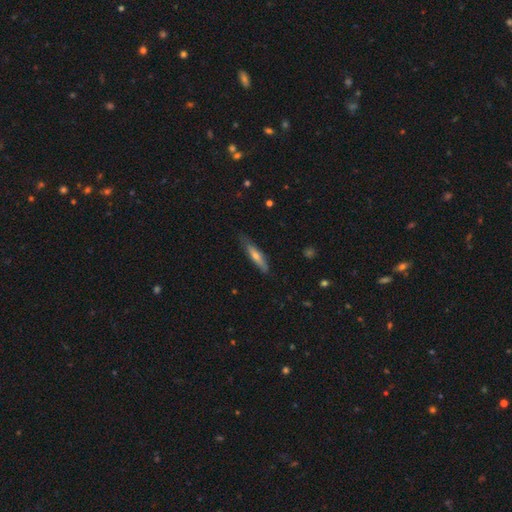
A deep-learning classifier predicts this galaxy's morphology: smooth 51%, featured or disk 43%, star or artifact 6%. Down the decision tree: how rounded — cigar-shaped (86%); merging — none (77%).